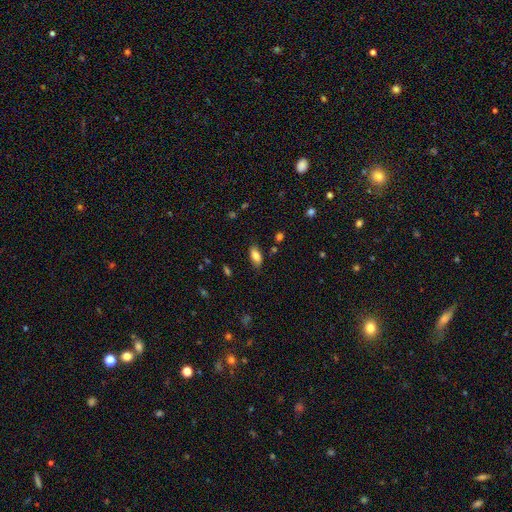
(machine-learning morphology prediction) This is clearly a smooth galaxy (83%). How rounded: clearly in between (89%). Merging: clearly none (82%).